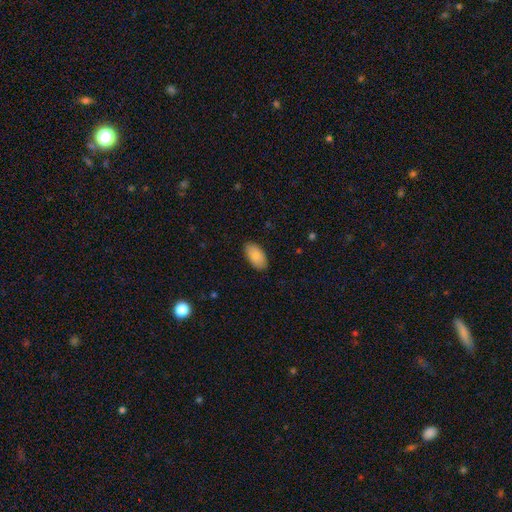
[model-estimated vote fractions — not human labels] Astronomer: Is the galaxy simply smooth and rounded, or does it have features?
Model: smooth — 87%.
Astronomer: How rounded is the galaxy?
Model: in between — 95%.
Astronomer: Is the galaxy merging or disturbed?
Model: none — 87%.